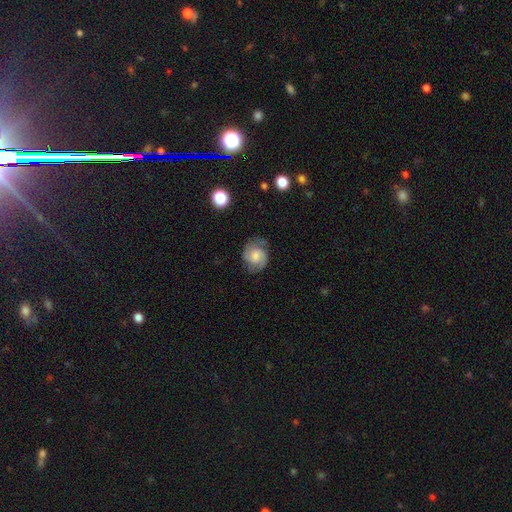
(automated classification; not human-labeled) A featured or disk galaxy (68%) with no bar (58%), 2 (84%) medium (45%) spiral arms (94%) and a moderate central bulge (40%).

Vote fractions:
- Smooth or featured? featured or disk: 68% / smooth: 25% / star or artifact: 8%
- Edge-on disk? no: 98% / yes: 2%
- Bar? no: 58% / weak: 36% / strong: 6%
- Spiral arms? yes: 94% / no: 6%
- Spiral winding? medium: 45% / tight: 42% / loose: 13%
- Spiral arm count? 2: 84% / can't tell: 8% / 1: 3% / 3: 3% / 4: 1% / more than 4: 1%
- Bulge size? moderate: 40% / small: 34% / none: 13% / large: 11% / dominant: 2%
- Merging? none: 71% / minor disturbance: 20% / major disturbance: 8% / merger: 1%